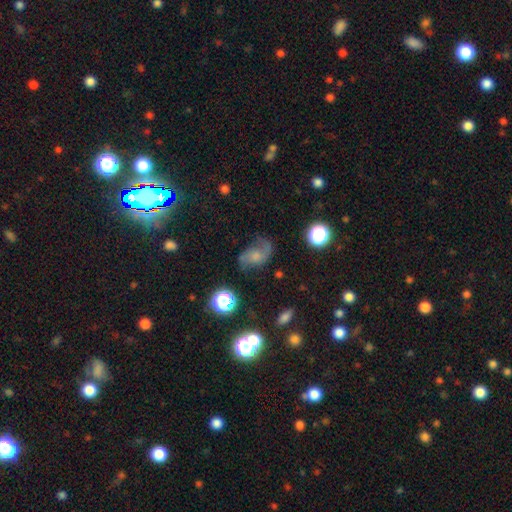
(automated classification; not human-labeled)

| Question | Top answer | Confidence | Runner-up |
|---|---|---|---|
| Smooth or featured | featured or disk | 54% | smooth (32%) |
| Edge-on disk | no | 96% | yes (4%) |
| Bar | no | 65% | weak (30%) |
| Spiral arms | yes | 84% | no (16%) |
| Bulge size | moderate | 35% | small (31%) |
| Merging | none | 52% | minor disturbance (24%) |